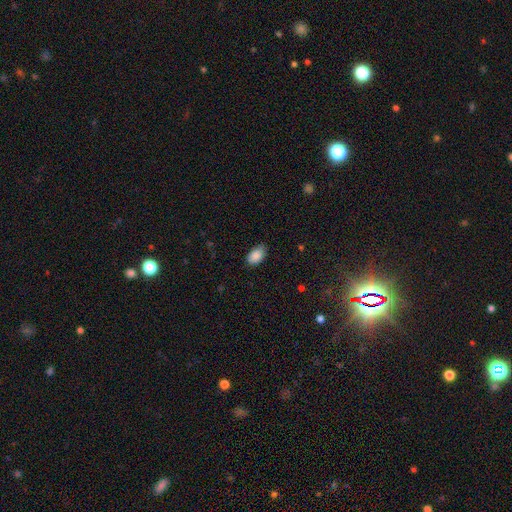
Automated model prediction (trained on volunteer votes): This is clearly a smooth galaxy (89%). How rounded: clearly in between (93%). Merging: likely none (78%).